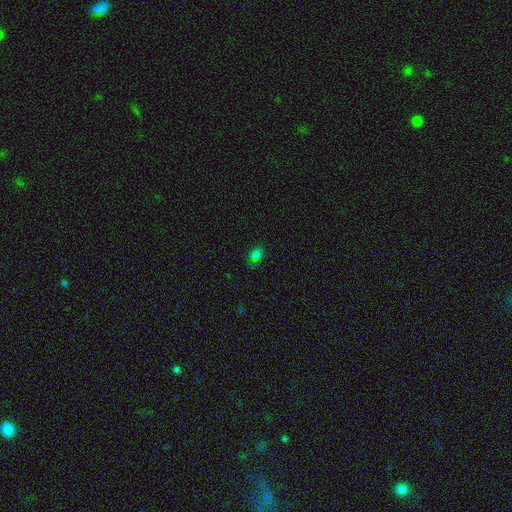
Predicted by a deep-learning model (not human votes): Smooth or featured? smooth (56%)
How rounded? in between (73%)
Merging? none (67%)